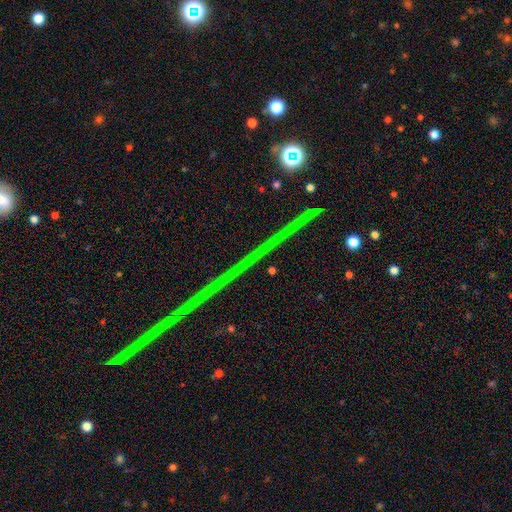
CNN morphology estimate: Smooth or featured? Predicted: star or artifact (p=0.84).